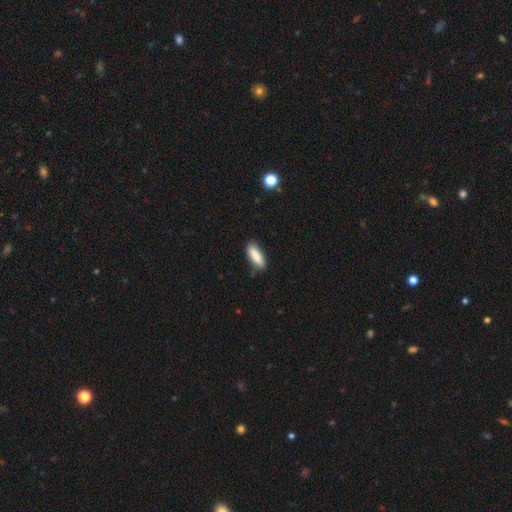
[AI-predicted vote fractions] Q: Smooth or featured?
A: smooth (86%); runner-up: featured or disk (8%)
Q: How rounded?
A: in between (55%); runner-up: cigar-shaped (43%)
Q: Merging?
A: none (82%); runner-up: minor disturbance (14%)